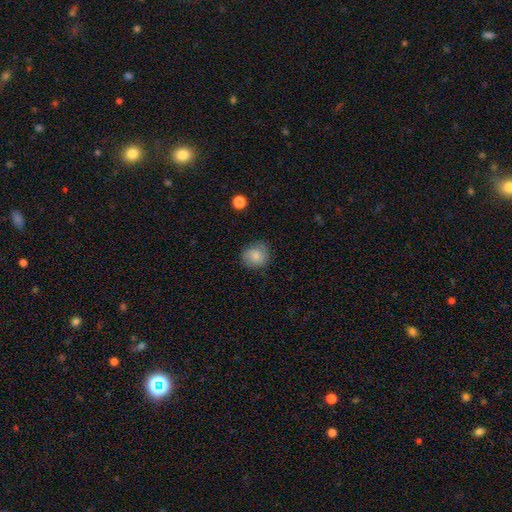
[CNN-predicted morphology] smooth-or-featured: smooth: 77% | featured or disk: 14% | star or artifact: 8%
  how-rounded: round: 82% | in between: 17% | cigar-shaped: 1%
  merging: none: 76% | minor disturbance: 18% | major disturbance: 4% | merger: 1%